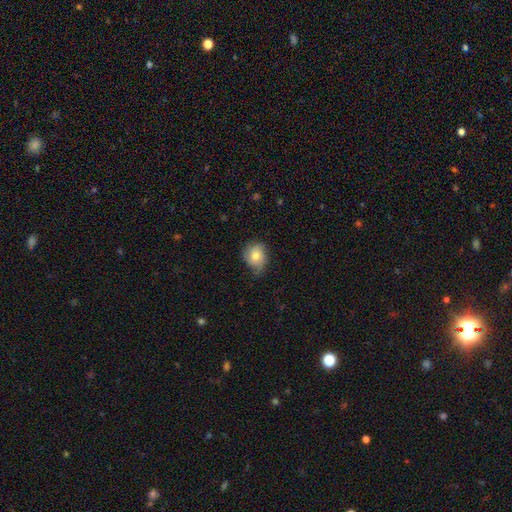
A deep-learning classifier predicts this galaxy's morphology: A smooth galaxy with no disk features (66%) that is round (64%). Merging: none (54%).